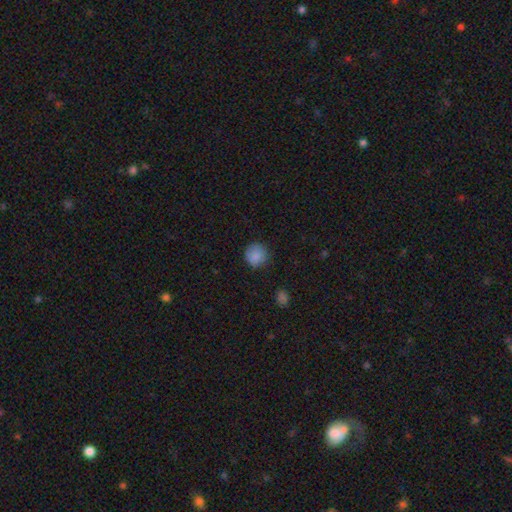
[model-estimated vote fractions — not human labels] smooth-or-featured: smooth: 87% | star or artifact: 8% | featured or disk: 5%
  how-rounded: round: 91% | in between: 8% | cigar-shaped: 1%
  merging: none: 84% | minor disturbance: 12% | major disturbance: 3% | merger: 1%